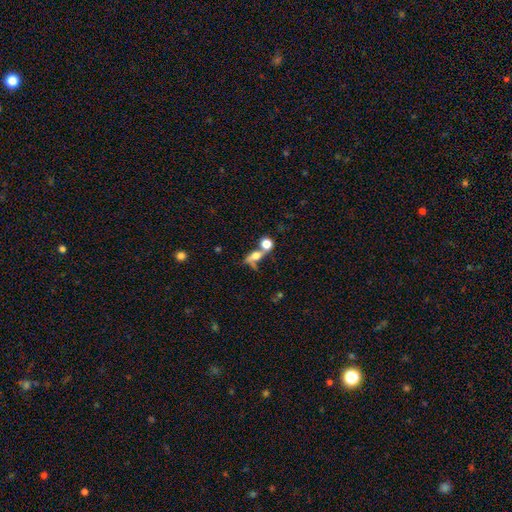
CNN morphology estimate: A smooth galaxy with no disk features (51%) that is in between round and cigar-shaped (53%). Merging: merger (48%).